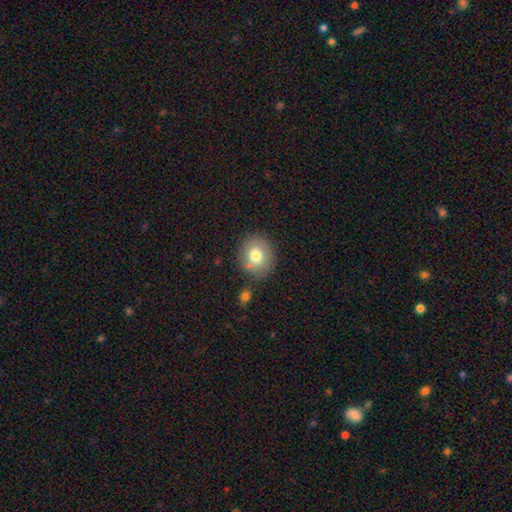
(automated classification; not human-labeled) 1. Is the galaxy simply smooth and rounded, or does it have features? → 74% smooth, 17% featured or disk, 9% star or artifact.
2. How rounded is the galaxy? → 75% round, 24% in between, 1% cigar-shaped.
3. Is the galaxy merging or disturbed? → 74% none, 14% minor disturbance, 8% merger, 4% major disturbance.